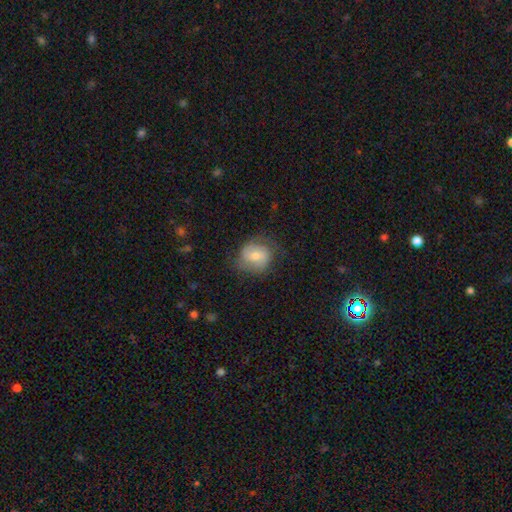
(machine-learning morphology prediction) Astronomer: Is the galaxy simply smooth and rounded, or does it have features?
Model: smooth — 48% (runner-up: featured or disk, 44%).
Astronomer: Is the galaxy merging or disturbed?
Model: none — 66%.